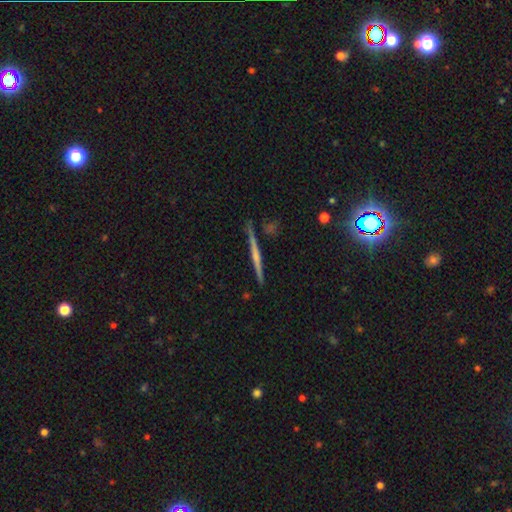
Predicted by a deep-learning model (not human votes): Q: Smooth or featured?
A: featured or disk (63%); runner-up: smooth (29%)
Q: Edge-on disk?
A: yes (98%); runner-up: no (2%)
Q: Edge-on bulge?
A: none (51%); runner-up: rounded (38%)
Q: Merging?
A: none (88%); runner-up: minor disturbance (8%)